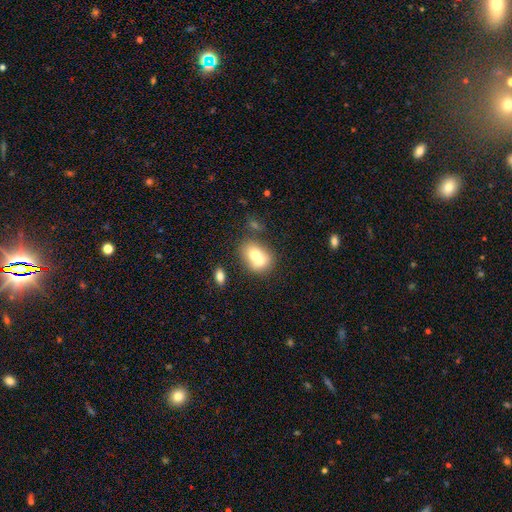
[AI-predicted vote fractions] Smooth or featured? Predicted: smooth (p=0.68). How rounded? Predicted: in between (p=0.55). Merging? Predicted: merger (p=0.53).